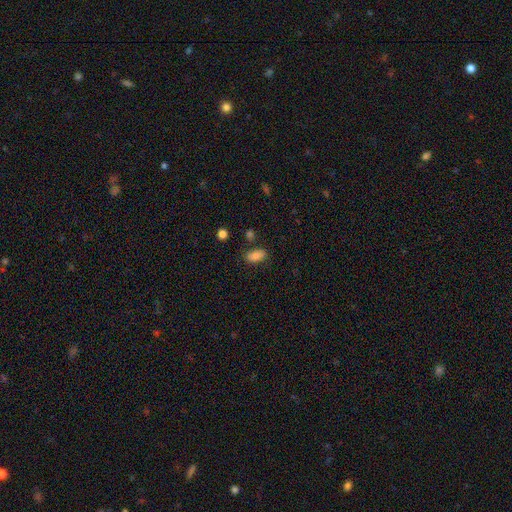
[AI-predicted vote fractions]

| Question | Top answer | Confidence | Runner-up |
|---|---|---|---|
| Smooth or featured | smooth | 82% | star or artifact (9%) |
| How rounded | in between | 90% | round (5%) |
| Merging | none | 77% | minor disturbance (14%) |